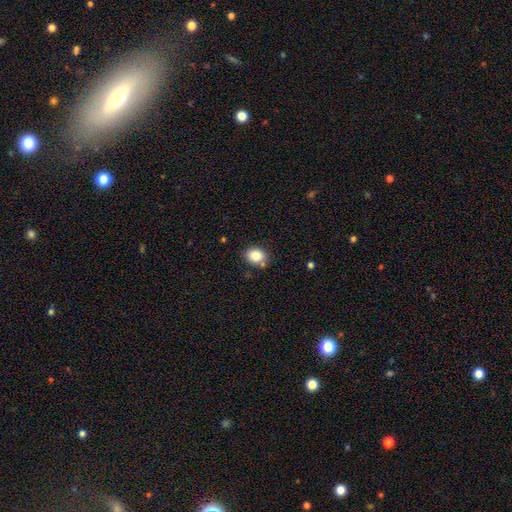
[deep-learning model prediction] A smooth galaxy with no disk features (84%) that is round (51%).

Vote fractions:
- Smooth or featured? smooth: 84% / star or artifact: 10% / featured or disk: 6%
- How rounded? round: 51% / in between: 48% / cigar-shaped: 1%
- Merging? none: 78% / minor disturbance: 13% / merger: 6% / major disturbance: 3%